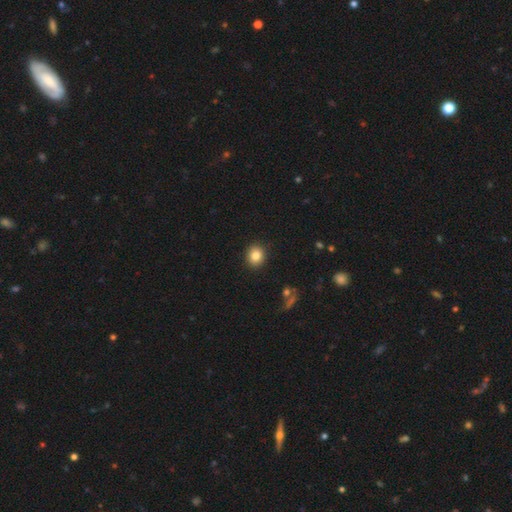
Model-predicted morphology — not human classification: Overall: smooth (83%). How rounded: round (77%). Merging: none (91%).